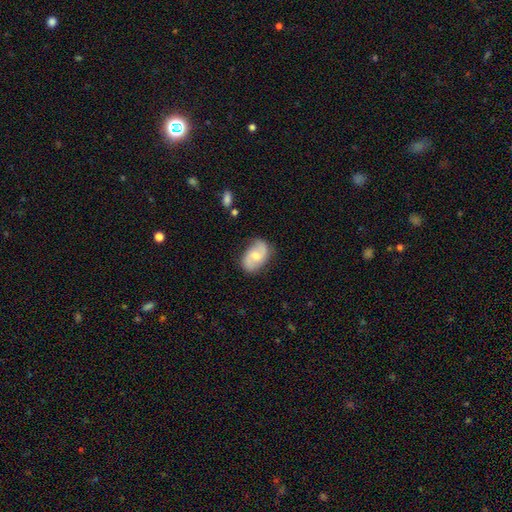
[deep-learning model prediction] smooth-or-featured: featured or disk: 57% | smooth: 37% | star or artifact: 6%
  disk-edge-on: no: 96% | yes: 4%
    bar: no: 55% | weak: 38% | strong: 7%
    has-spiral-arms: yes: 87% | no: 13%
    bulge-size: moderate: 62% | small: 31% | large: 4% | none: 2% | dominant: 1%
  merging: none: 75% | minor disturbance: 19% | major disturbance: 5% | merger: 2%